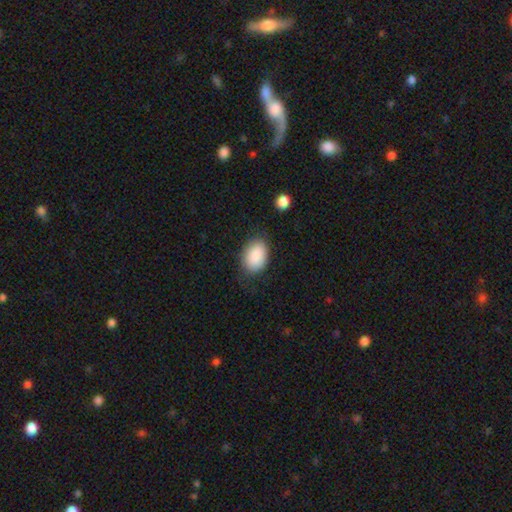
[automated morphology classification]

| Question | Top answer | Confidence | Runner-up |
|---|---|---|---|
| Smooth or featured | smooth | 89% | star or artifact (6%) |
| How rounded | in between | 85% | round (14%) |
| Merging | none | 77% | minor disturbance (17%) |